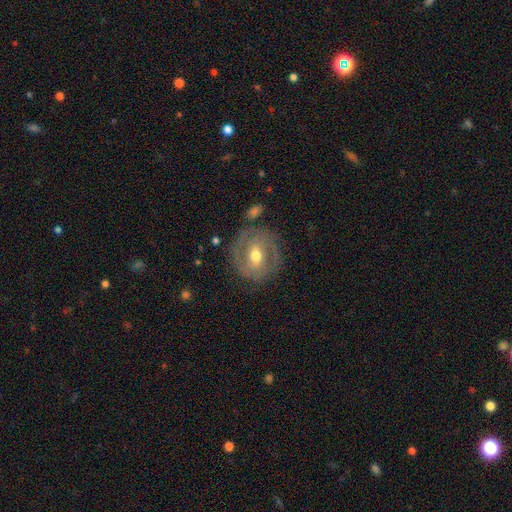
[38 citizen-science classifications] A featured or disk galaxy (74%) with no bar (39%), 2 (73%) tight (60%) spiral arms (54%) and a moderate central bulge (79%). Merging: none (77%).